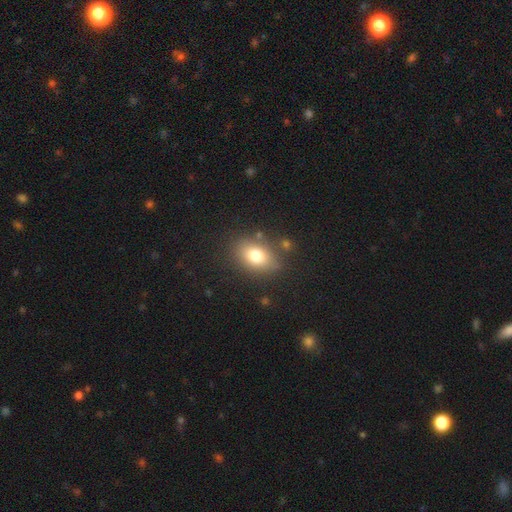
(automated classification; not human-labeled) Smooth or featured: smooth — 77% (featured or disk — 12%)
How rounded: in between — 75% (round — 23%)
Merging: none — 78% (minor disturbance — 13%)